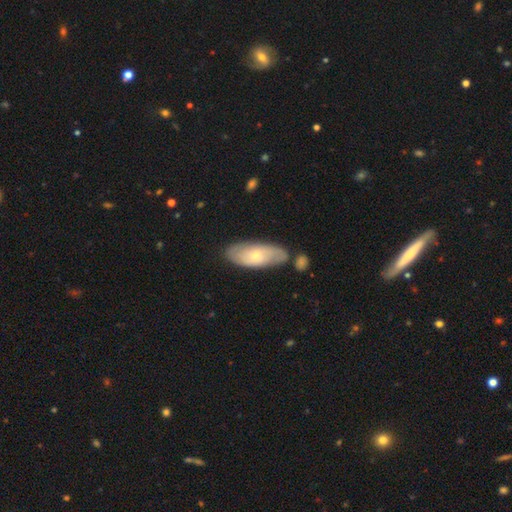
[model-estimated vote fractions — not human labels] The model was most divided on "smooth or featured": smooth: 51%, featured or disk: 43%, star or artifact: 5%. More confident: how rounded — in between (80%); merging — none (69%).